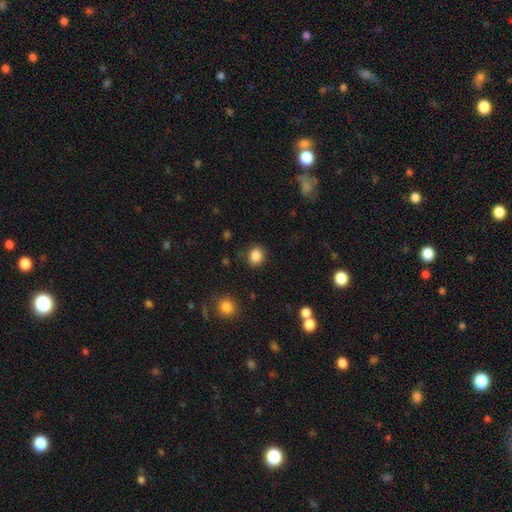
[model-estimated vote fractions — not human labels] Morphology: type=smooth (86%); roundness=round (68%); merging=none (86%).